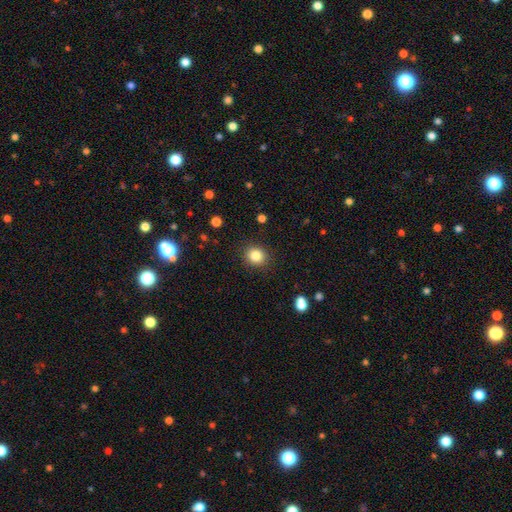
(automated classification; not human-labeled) Smooth or featured?
  - smooth: 84% *
  - star or artifact: 10%
  - featured or disk: 6%
How rounded?
  - round: 80% *
  - in between: 19%
  - cigar-shaped: 1%
Merging?
  - none: 89% *
  - minor disturbance: 7%
  - major disturbance: 2%
  - merger: 1%